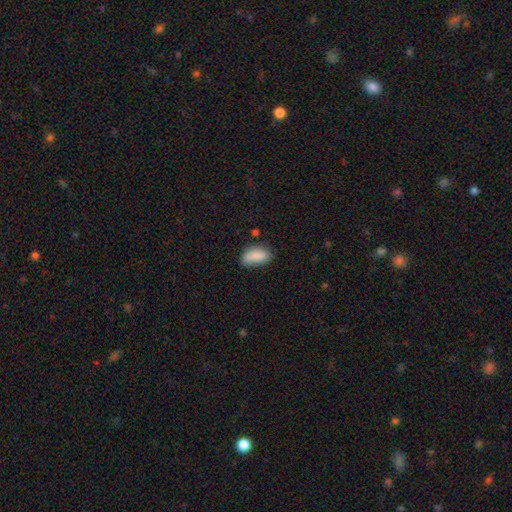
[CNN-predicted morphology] Overall: smooth (85%). How rounded: in between (90%). Merging: none (61%; minor disturbance 29%).